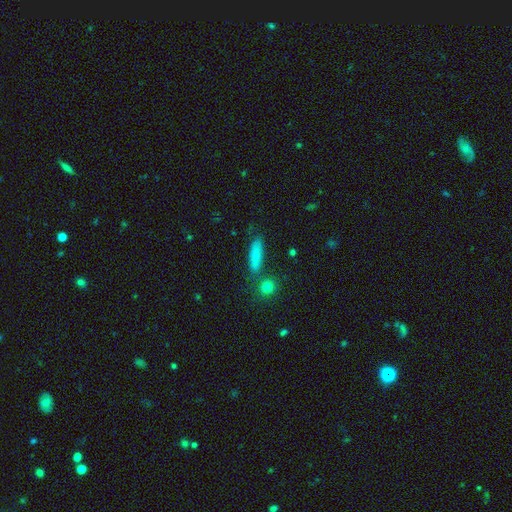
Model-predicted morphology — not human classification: Smooth or featured?
  - smooth: 82% *
  - featured or disk: 10%
  - star or artifact: 8%
How rounded?
  - cigar-shaped: 60% *
  - in between: 37%
  - round: 3%
Merging?
  - none: 75% *
  - minor disturbance: 14%
  - merger: 7%
  - major disturbance: 4%